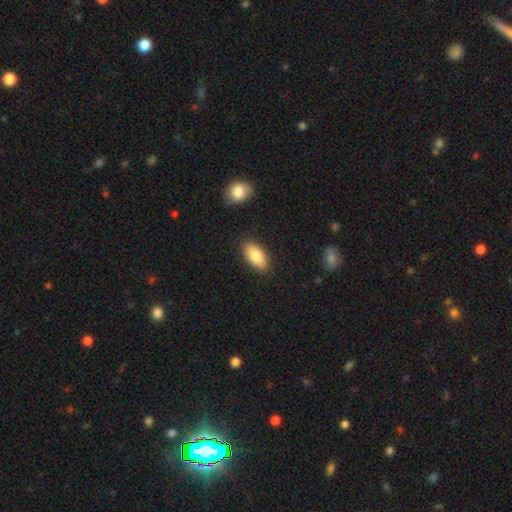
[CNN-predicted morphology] smooth_or_featured: smooth (p=0.84) [alt: featured or disk p=0.09]
how_rounded: in between (p=0.91) [alt: cigar-shaped p=0.06]
merging: none (p=0.85) [alt: minor disturbance p=0.10]